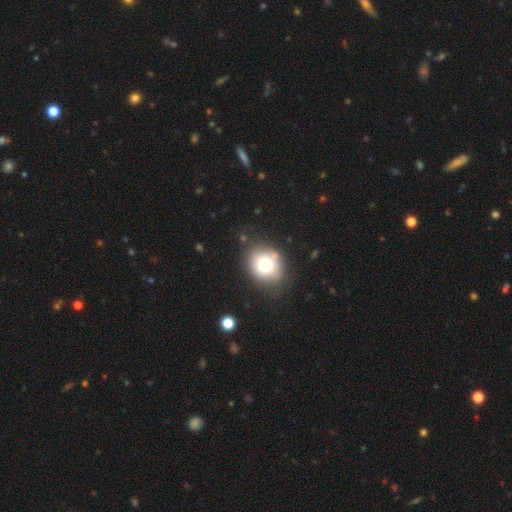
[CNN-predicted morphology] smooth 70%, star or artifact 16%, featured or disk 15%. Down the decision tree: how rounded — round (78%); merging — none (79%).